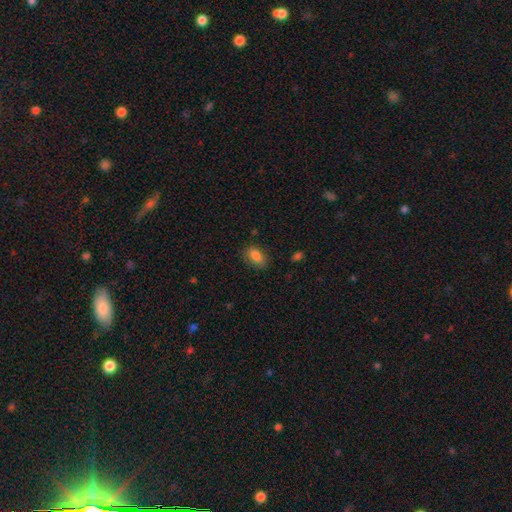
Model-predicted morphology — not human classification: A smooth galaxy with no disk features (84%) that is in between round and cigar-shaped (87%). Merging: none (82%).